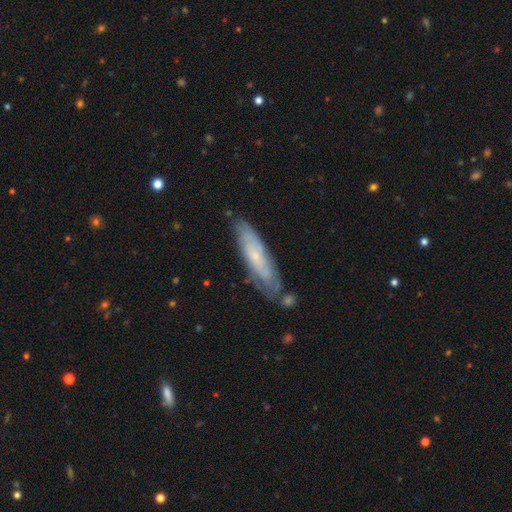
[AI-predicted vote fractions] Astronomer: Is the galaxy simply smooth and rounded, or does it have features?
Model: featured or disk — 60%.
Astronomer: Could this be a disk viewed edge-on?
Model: no — 71%.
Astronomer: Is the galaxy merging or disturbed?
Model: none — 69%.